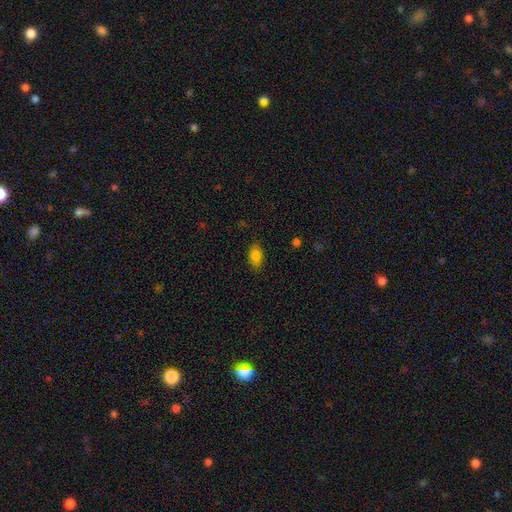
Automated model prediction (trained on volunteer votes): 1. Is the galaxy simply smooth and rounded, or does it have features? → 84% smooth, 10% star or artifact, 6% featured or disk.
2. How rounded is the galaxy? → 90% in between, 6% round, 4% cigar-shaped.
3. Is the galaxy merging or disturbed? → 83% none, 13% minor disturbance, 3% major disturbance, 1% merger.